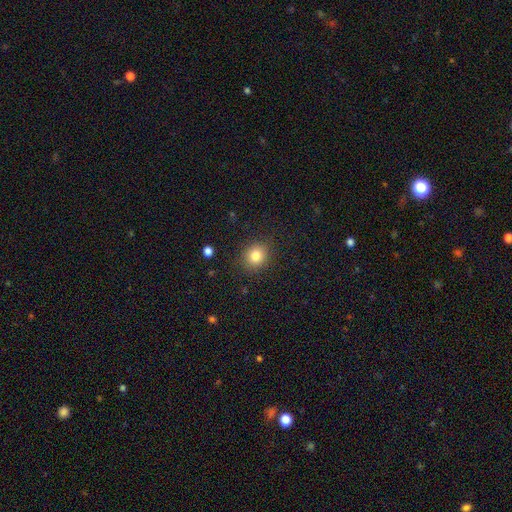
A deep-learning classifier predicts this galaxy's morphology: A smooth galaxy with no disk features (82%) that is round (76%).

Vote fractions:
- Smooth or featured? smooth: 82% / star or artifact: 11% / featured or disk: 7%
- How rounded? round: 76% / in between: 23% / cigar-shaped: 1%
- Merging? none: 87% / minor disturbance: 9% / major disturbance: 3% / merger: 1%